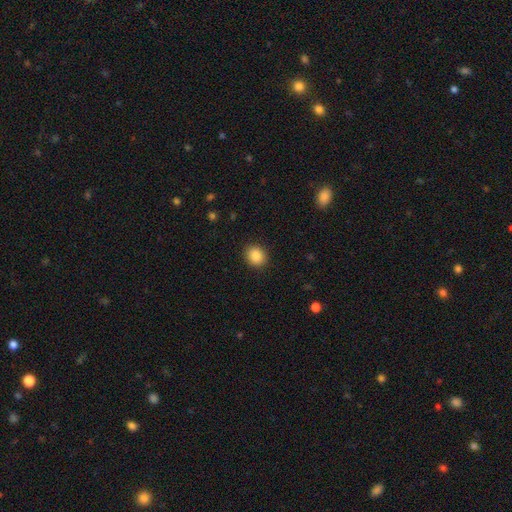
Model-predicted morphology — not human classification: The model was most divided on "how rounded": round: 68%, in between: 31%, cigar-shaped: 1%. More confident: merging — none (90%); smooth or featured — smooth (87%).